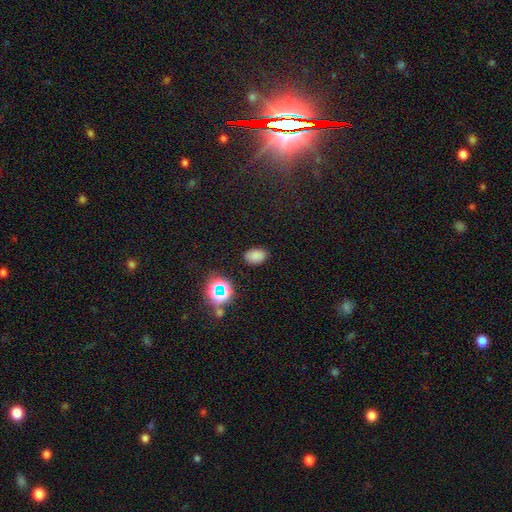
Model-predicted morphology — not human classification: smooth_or_featured: smooth (p=0.77) [alt: star or artifact p=0.18]
how_rounded: in between (p=0.86) [alt: round p=0.13]
merging: none (p=0.84) [alt: minor disturbance p=0.11]